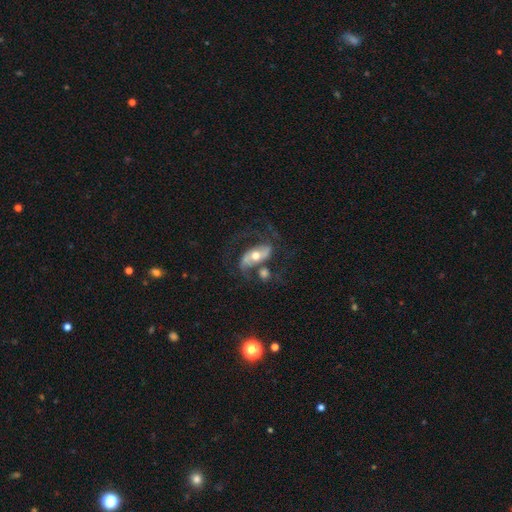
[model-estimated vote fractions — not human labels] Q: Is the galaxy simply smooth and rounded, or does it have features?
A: featured or disk — 75%.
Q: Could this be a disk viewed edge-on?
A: no — 93%.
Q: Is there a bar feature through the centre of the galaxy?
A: no — 40%.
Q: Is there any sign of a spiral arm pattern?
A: yes — 85%.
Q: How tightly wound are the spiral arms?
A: loose — 45%.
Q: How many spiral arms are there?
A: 2 — 88%.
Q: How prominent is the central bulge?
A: moderate — 72%.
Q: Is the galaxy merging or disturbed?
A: none — 45%.